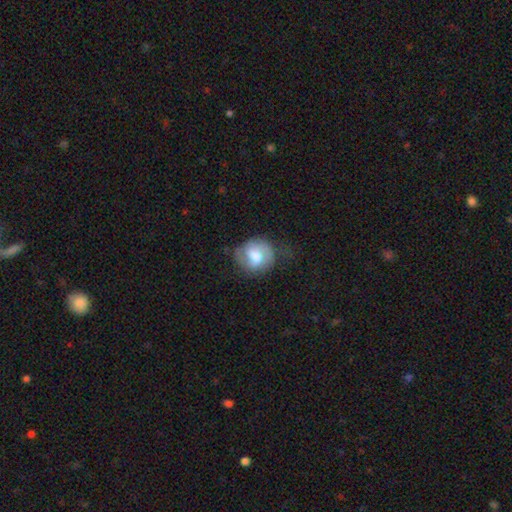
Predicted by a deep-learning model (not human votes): Smooth or featured?
  - featured or disk: 49% *
  - smooth: 44%
  - star or artifact: 7%
Merging?
  - none: 55% *
  - minor disturbance: 28%
  - major disturbance: 15%
  - merger: 2%